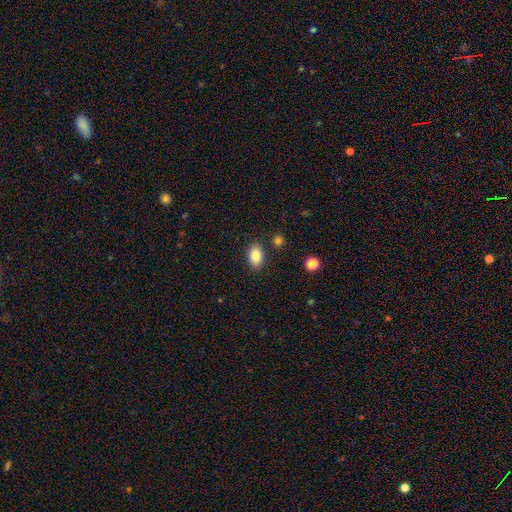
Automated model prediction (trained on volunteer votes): smooth-or-featured: smooth: 86% | star or artifact: 8% | featured or disk: 6%
  how-rounded: in between: 87% | round: 12% | cigar-shaped: 2%
  merging: none: 84% | minor disturbance: 10% | merger: 3% | major disturbance: 3%